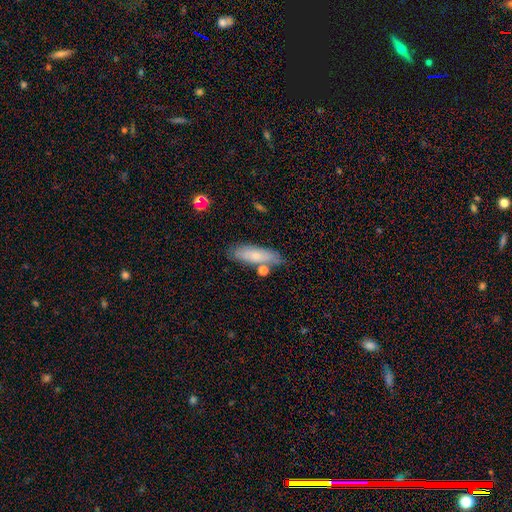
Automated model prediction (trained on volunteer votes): A smooth galaxy with no disk features (69%) that is in between round and cigar-shaped (58%). Merging: none (70%).